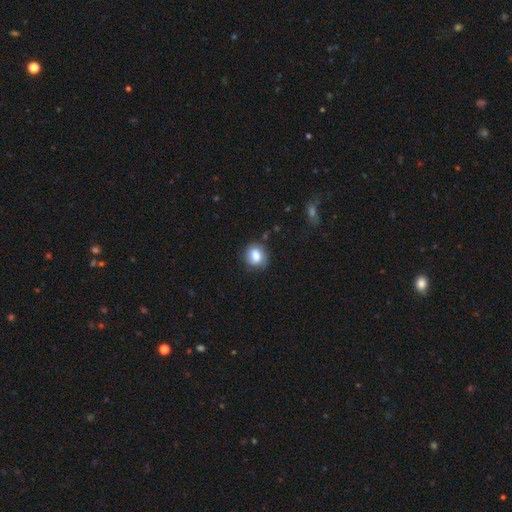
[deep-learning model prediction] A smooth galaxy with no disk features (81%) that is round (71%).

Vote fractions:
- Smooth or featured? smooth: 81% / featured or disk: 10% / star or artifact: 9%
- How rounded? round: 71% / in between: 28% / cigar-shaped: 1%
- Merging? none: 77% / minor disturbance: 17% / major disturbance: 4% / merger: 2%